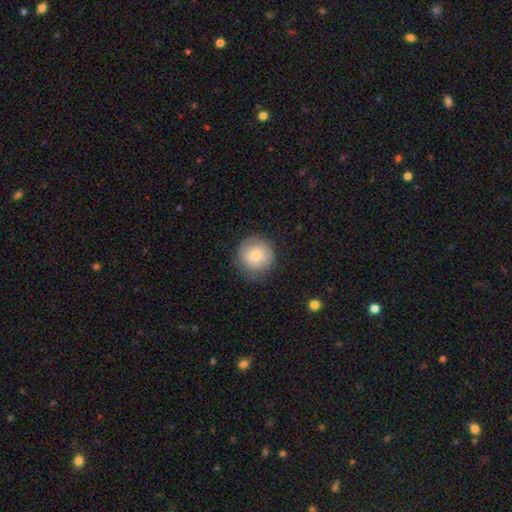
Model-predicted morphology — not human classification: This appears to be a smooth galaxy with no disk features (78%) that is round (93%). Merging: none (76%).